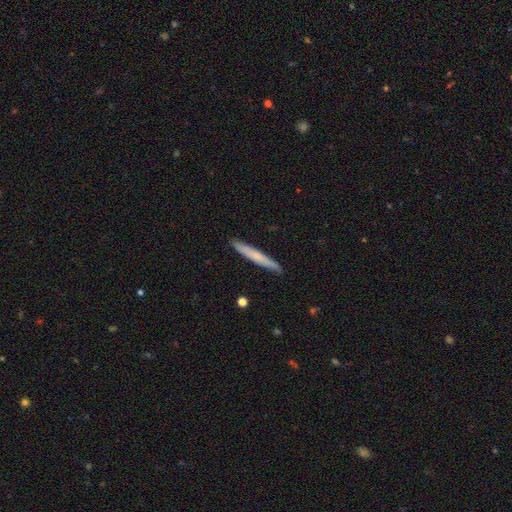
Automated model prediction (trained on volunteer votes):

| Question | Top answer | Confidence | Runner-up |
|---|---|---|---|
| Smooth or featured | smooth | 55% | featured or disk (40%) |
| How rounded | cigar-shaped | 96% | in between (3%) |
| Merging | none | 89% | minor disturbance (8%) |